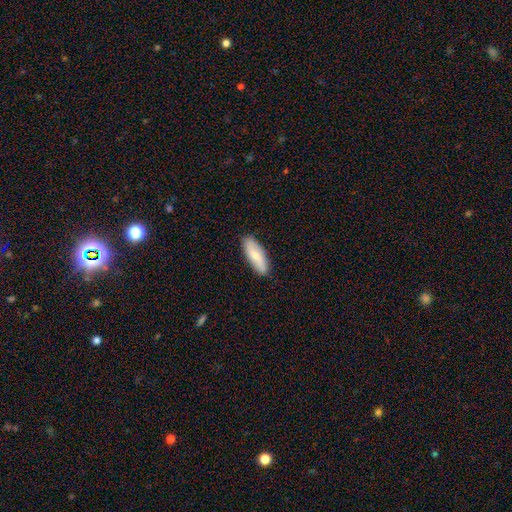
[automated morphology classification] This is likely a smooth galaxy (68%). How rounded: likely in between (62%). Merging: clearly none (86%).